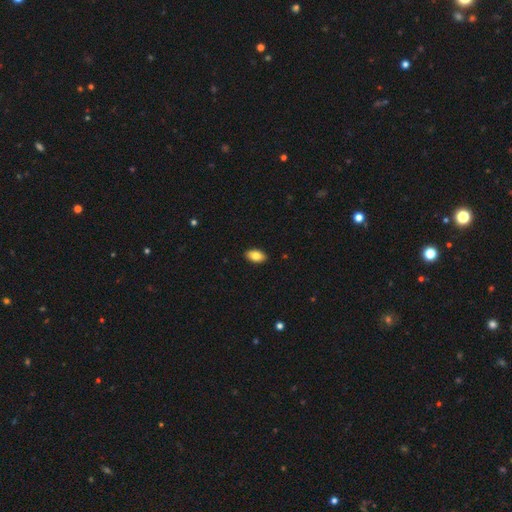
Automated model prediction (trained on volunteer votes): Overall: smooth (83%). How rounded: in between (93%). Merging: none (90%).